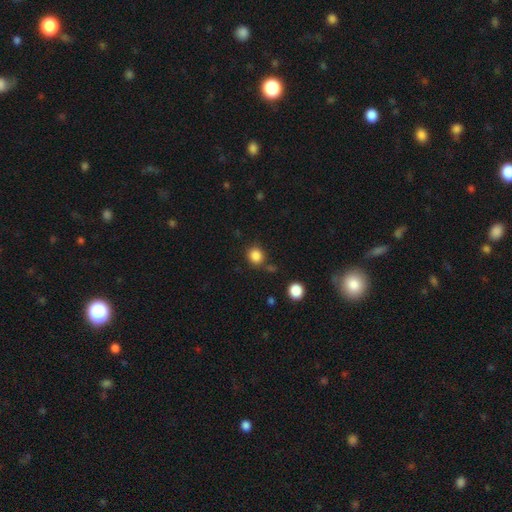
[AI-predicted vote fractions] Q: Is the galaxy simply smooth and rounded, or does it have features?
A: smooth — 85%.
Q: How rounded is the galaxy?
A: round — 81%.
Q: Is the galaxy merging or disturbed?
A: none — 80%.